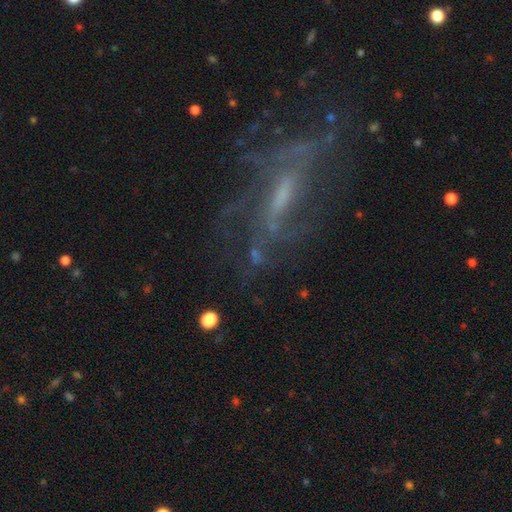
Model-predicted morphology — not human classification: Q: Smooth or featured?
A: featured or disk (64%); runner-up: star or artifact (19%)
Q: Edge-on disk?
A: no (90%); runner-up: yes (10%)
Q: Bar?
A: strong (41%); runner-up: weak (32%)
Q: Spiral arms?
A: yes (77%); runner-up: no (23%)
Q: Bulge size?
A: small (35%); runner-up: none (29%)
Q: Merging?
A: none (62%); runner-up: major disturbance (18%)